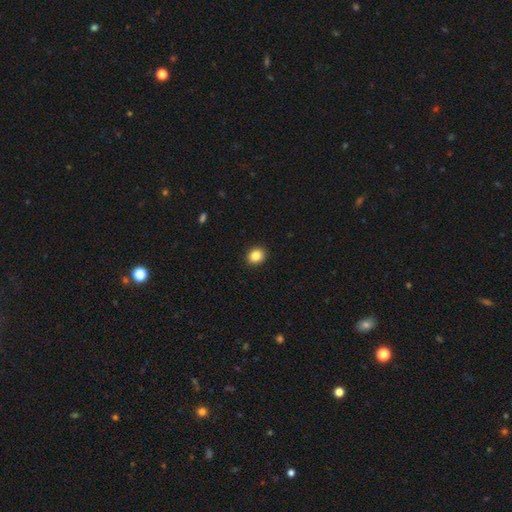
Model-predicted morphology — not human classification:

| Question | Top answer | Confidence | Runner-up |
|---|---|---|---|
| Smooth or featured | smooth | 85% | star or artifact (10%) |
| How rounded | round | 71% | in between (28%) |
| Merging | none | 92% | minor disturbance (5%) |